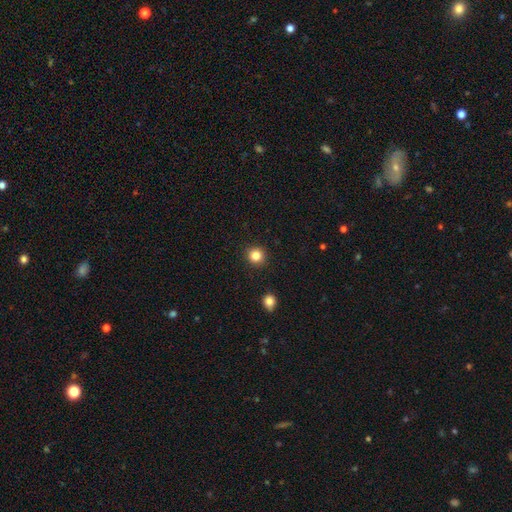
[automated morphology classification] smooth 84%, star or artifact 12%, featured or disk 5%. Down the decision tree: how rounded — round (93%); merging — none (92%).